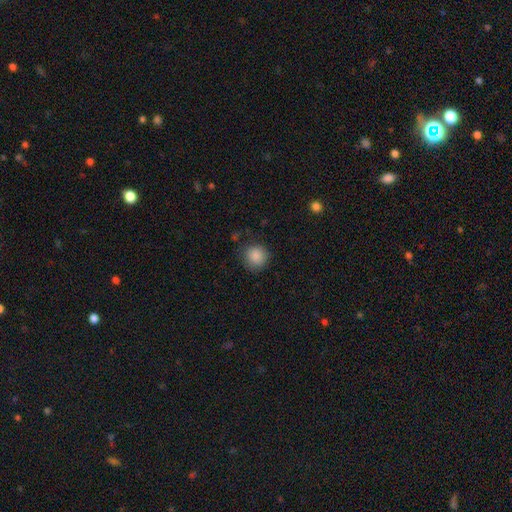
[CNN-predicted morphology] Smooth or featured?
  - smooth: 87% *
  - star or artifact: 9%
  - featured or disk: 4%
How rounded?
  - round: 92% *
  - in between: 7%
  - cigar-shaped: 1%
Merging?
  - none: 83% *
  - minor disturbance: 12%
  - major disturbance: 4%
  - merger: 2%